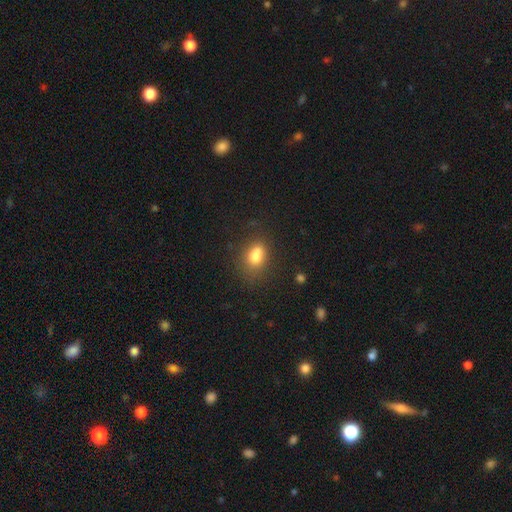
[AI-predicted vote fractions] Morphology: type=smooth (75%); roundness=in between (70%); merging=none (48%).